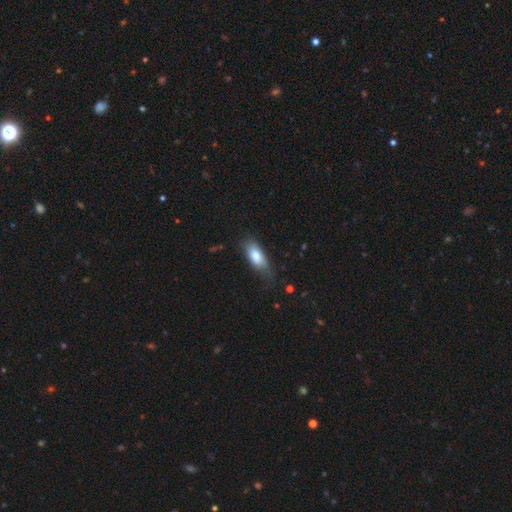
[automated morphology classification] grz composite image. It shows a smooth galaxy with no disk features (78%) that is in between round and cigar-shaped (82%). Merging: none (60%).